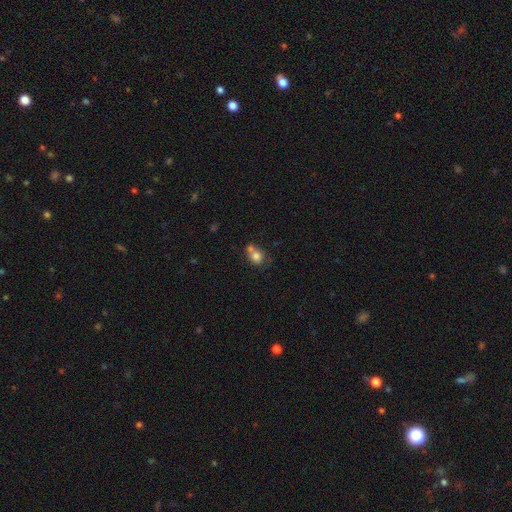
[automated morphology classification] Smooth or featured?
  - smooth: 77% *
  - featured or disk: 13%
  - star or artifact: 10%
How rounded?
  - round: 68% *
  - in between: 31%
  - cigar-shaped: 1%
Merging?
  - merger: 43% *
  - none: 38%
  - minor disturbance: 13%
  - major disturbance: 6%